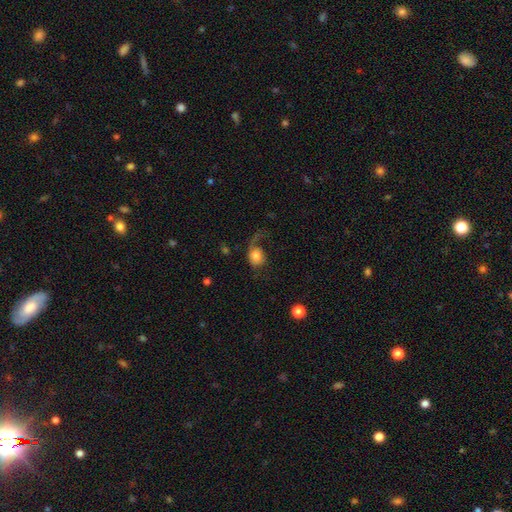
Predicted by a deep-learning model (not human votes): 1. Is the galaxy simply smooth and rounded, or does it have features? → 62% smooth, 29% featured or disk, 9% star or artifact.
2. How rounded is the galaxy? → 65% round, 33% in between, 1% cigar-shaped.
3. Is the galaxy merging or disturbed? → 49% major disturbance, 30% none, 18% minor disturbance, 4% merger.